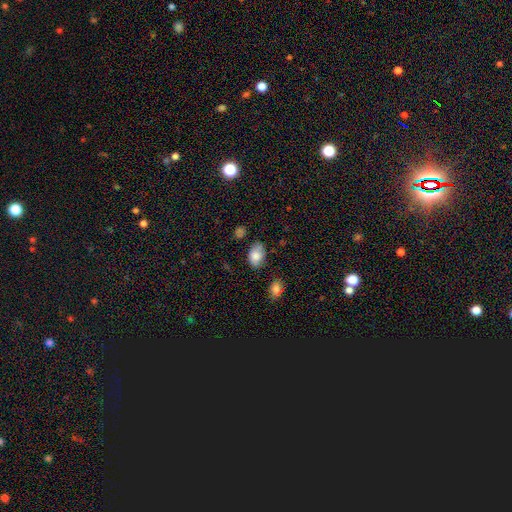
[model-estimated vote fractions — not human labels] The model was most divided on "merging": none: 68%, minor disturbance: 23%, major disturbance: 5%, merger: 4%. More confident: how rounded — in between (87%); smooth or featured — smooth (81%).